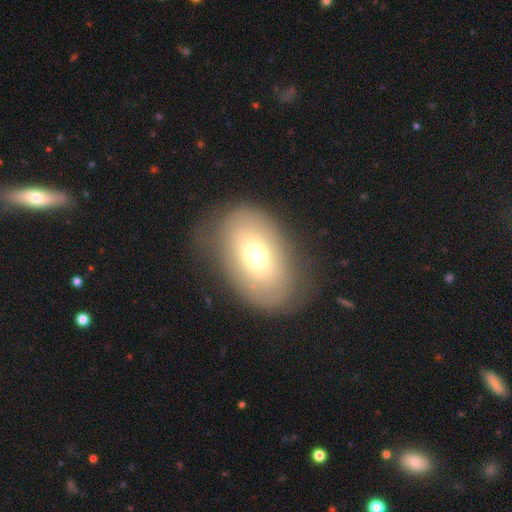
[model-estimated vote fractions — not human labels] smooth 61%, featured or disk 30%, star or artifact 9%. Down the decision tree: how rounded — in between (87%); merging — none (75%).